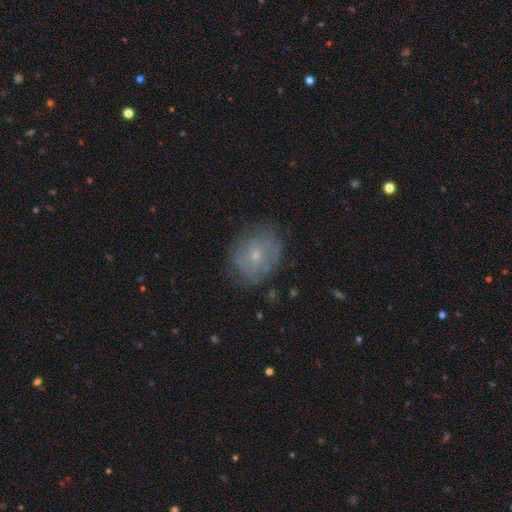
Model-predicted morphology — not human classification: Smooth or featured? Predicted: featured or disk (p=0.47). Merging? Predicted: none (p=0.72).